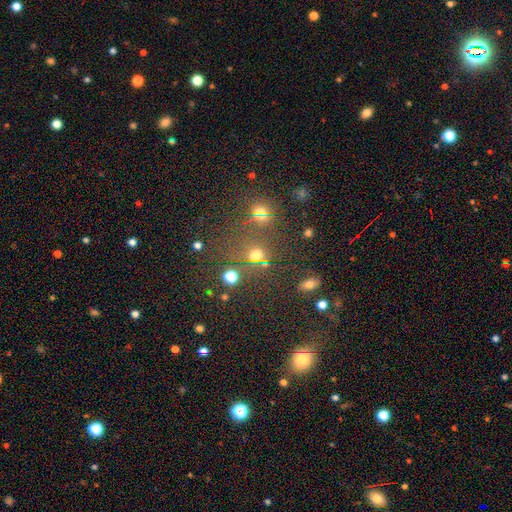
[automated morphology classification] Overall: smooth (56%; star or artifact 34%). How rounded: round (76%). Merging: none (61%).